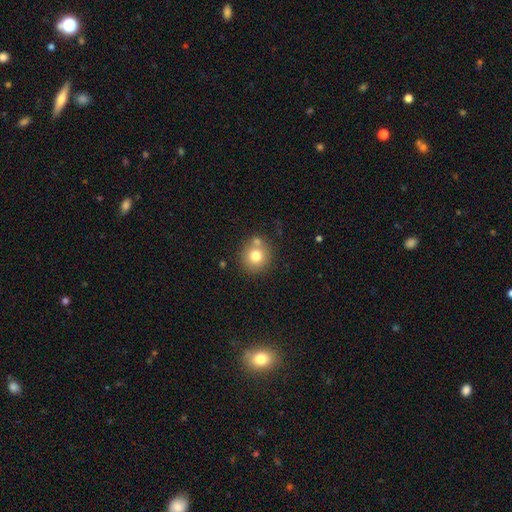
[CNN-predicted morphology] type=smooth (77%); roundness=round (90%); merging=none (70%).